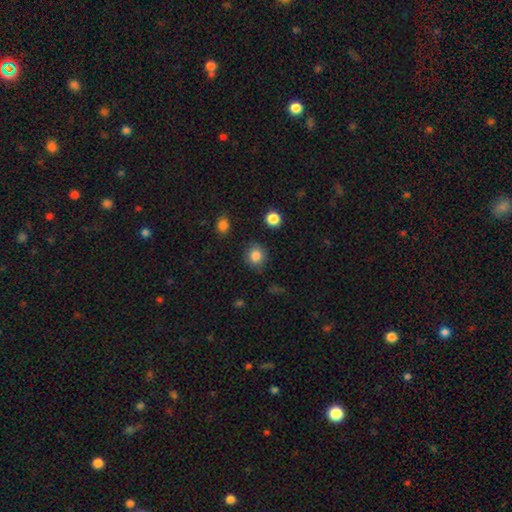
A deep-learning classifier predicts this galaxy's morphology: Smooth or featured: smooth — 84% (star or artifact — 10%)
How rounded: round — 77% (in between — 22%)
Merging: none — 84% (minor disturbance — 11%)